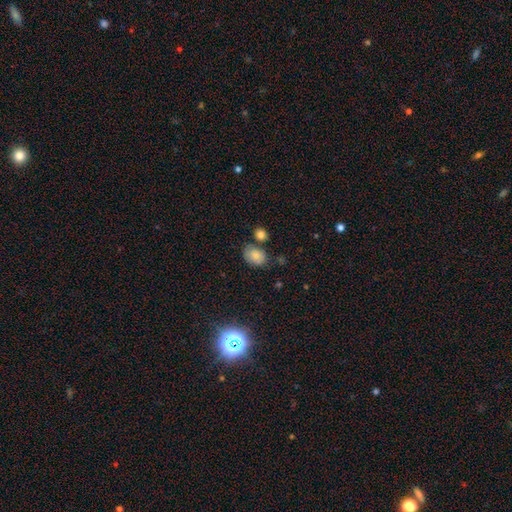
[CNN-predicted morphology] Q: Smooth or featured?
A: smooth (82%); runner-up: star or artifact (10%)
Q: How rounded?
A: in between (72%); runner-up: round (27%)
Q: Merging?
A: none (66%); runner-up: minor disturbance (18%)